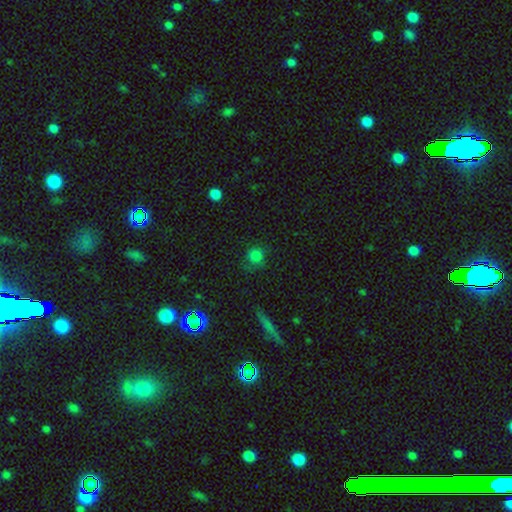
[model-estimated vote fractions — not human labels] A smooth galaxy with no disk features (78%) that is round (88%). Merging: none (70%).